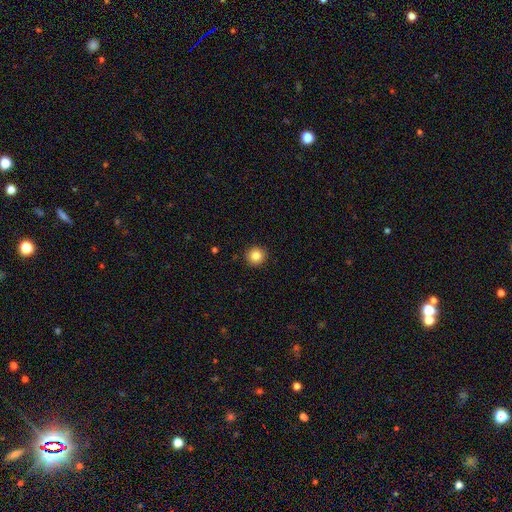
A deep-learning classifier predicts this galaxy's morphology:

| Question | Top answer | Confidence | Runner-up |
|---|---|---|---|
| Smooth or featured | smooth | 84% | star or artifact (10%) |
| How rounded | round | 95% | in between (4%) |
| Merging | none | 92% | minor disturbance (5%) |